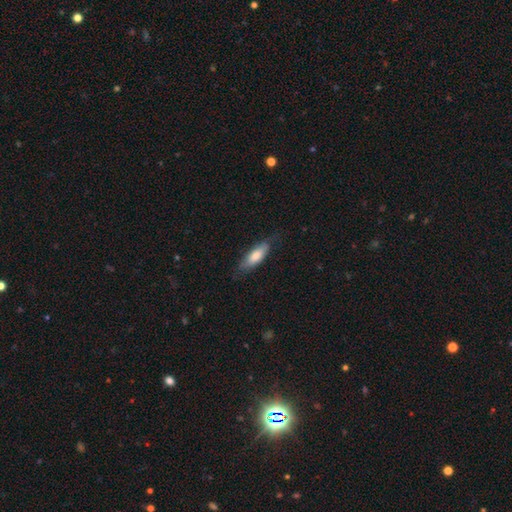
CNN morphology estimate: smooth 73%, featured or disk 21%, star or artifact 5%. Down the decision tree: how rounded — in between (57%); merging — none (72%).